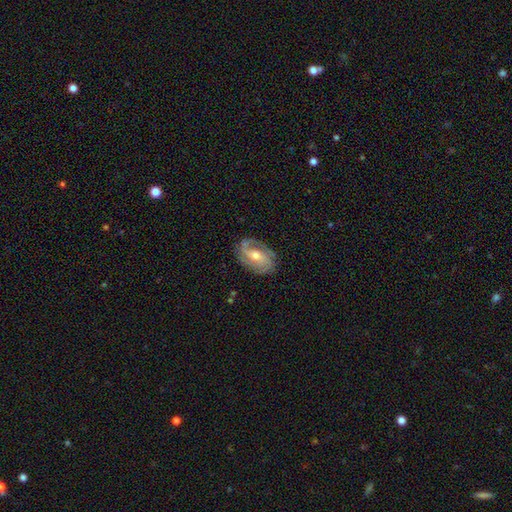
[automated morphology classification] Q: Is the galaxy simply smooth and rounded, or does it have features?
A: featured or disk — 84%.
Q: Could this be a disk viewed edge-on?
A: no — 96%.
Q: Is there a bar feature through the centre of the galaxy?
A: no — 42%.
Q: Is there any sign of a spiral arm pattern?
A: yes — 95%.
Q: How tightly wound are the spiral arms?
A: medium — 43%.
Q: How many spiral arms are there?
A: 2 — 49%.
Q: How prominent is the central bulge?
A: moderate — 62%.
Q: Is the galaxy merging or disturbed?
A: none — 77%.